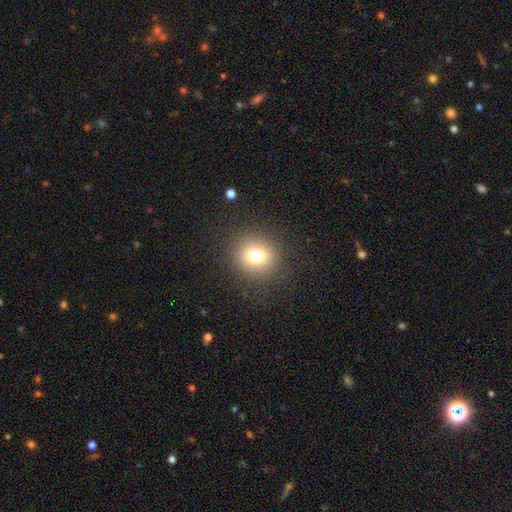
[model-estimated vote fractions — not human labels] Morphology: type=smooth (74%); roundness=round (86%); merging=none (88%).